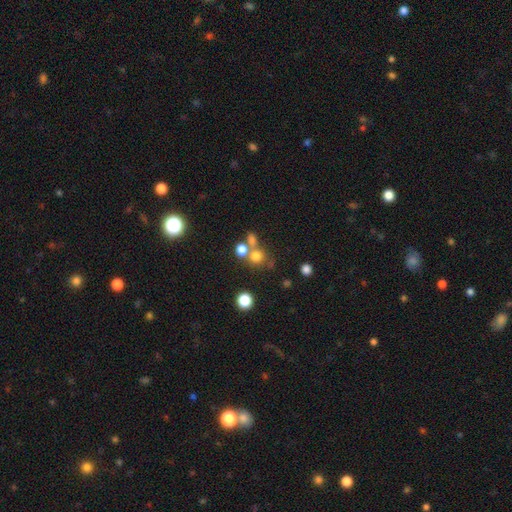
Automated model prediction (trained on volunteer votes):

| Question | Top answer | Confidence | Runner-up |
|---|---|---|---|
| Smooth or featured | smooth | 71% | star or artifact (18%) |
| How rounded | round | 88% | in between (11%) |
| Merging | none | 54% | merger (34%) |